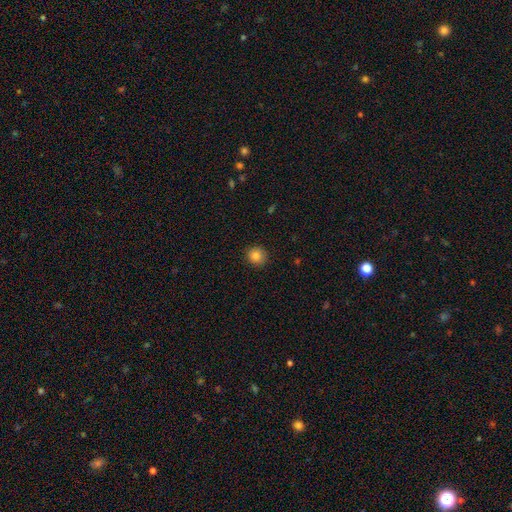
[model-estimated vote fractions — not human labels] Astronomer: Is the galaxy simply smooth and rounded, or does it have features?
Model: smooth — 84%.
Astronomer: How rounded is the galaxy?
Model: round — 92%.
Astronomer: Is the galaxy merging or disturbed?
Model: none — 91%.